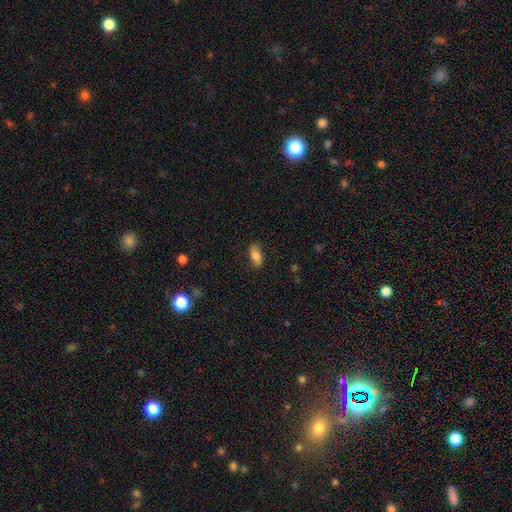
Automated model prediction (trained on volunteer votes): Smooth or featured? smooth (78%)
How rounded? in between (85%)
Merging? none (82%)